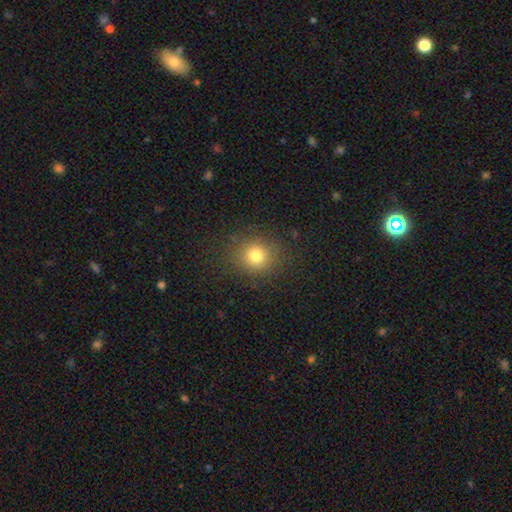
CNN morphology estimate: Smooth or featured? Predicted: smooth (p=0.77). How rounded? Predicted: round (p=0.86). Merging? Predicted: none (p=0.87).